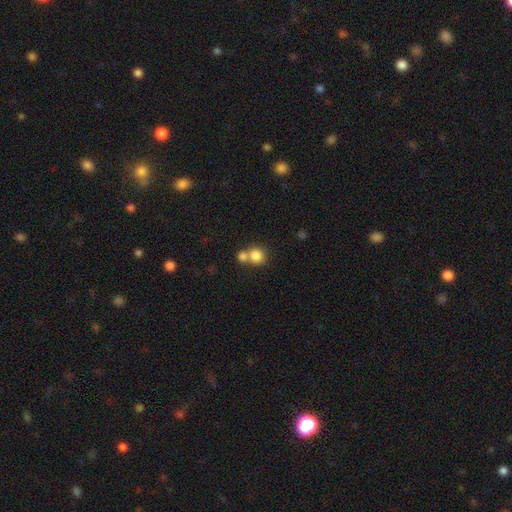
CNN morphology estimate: This is clearly a smooth galaxy (82%). How rounded: clearly round (87%). Merging: possibly none (46%).